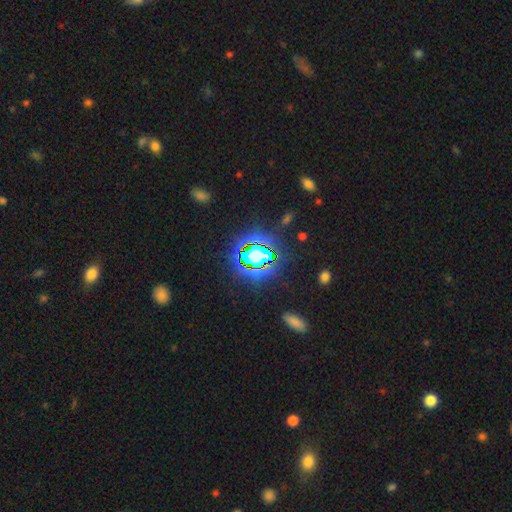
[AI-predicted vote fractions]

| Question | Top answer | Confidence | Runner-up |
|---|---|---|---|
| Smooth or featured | star or artifact | 68% | smooth (20%) |